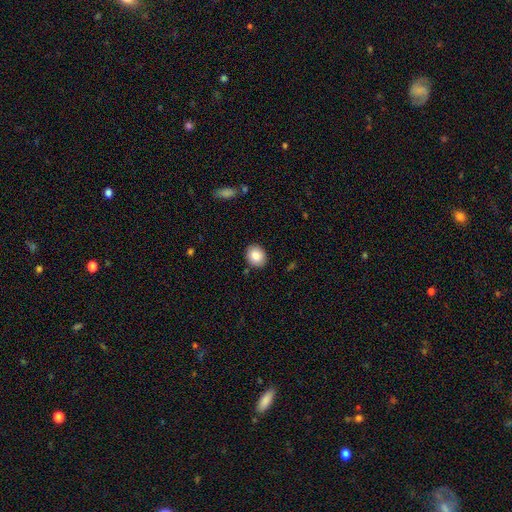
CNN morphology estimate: The model was most divided on "how rounded": round: 62%, in between: 37%, cigar-shaped: 1%. More confident: merging — none (88%); smooth or featured — smooth (84%).